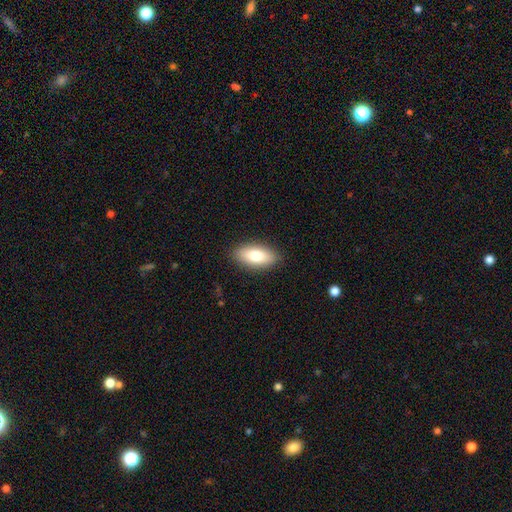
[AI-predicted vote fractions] Morphology: type=smooth (80%); roundness=in between (88%); merging=none (88%).